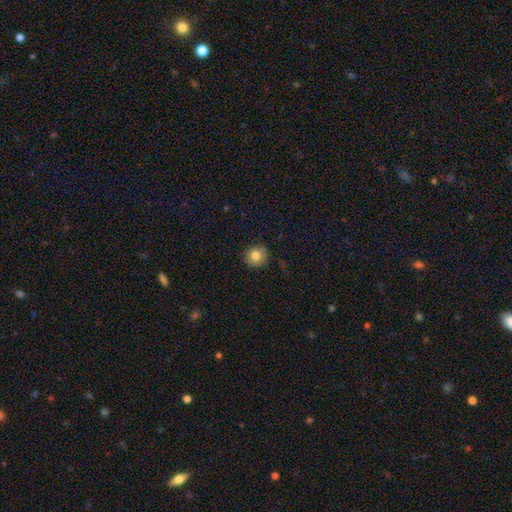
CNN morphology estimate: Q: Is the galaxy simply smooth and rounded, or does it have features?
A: smooth — 80%.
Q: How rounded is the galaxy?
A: round — 92%.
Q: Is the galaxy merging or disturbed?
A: none — 86%.